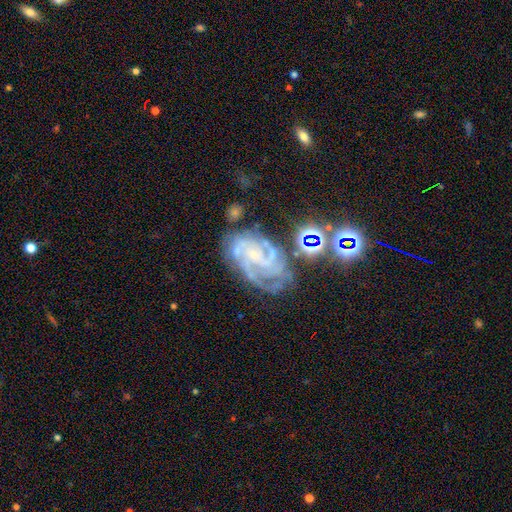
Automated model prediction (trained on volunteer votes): Morphology: type=featured or disk (82%); edge-on=no (97%); bar=no (55%); spiral arms=yes (96%); winding=tight (62%); arm count=3 (28%); bulge=small (72%); merging=none (57%).